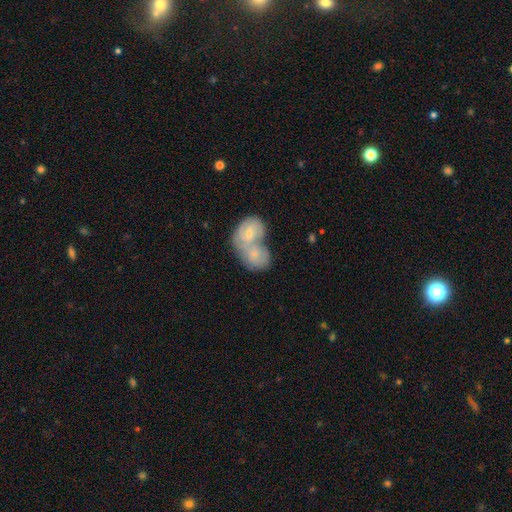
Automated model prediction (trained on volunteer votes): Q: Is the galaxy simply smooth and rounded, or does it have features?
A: featured or disk — 48%.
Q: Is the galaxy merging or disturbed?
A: merger — 76%.